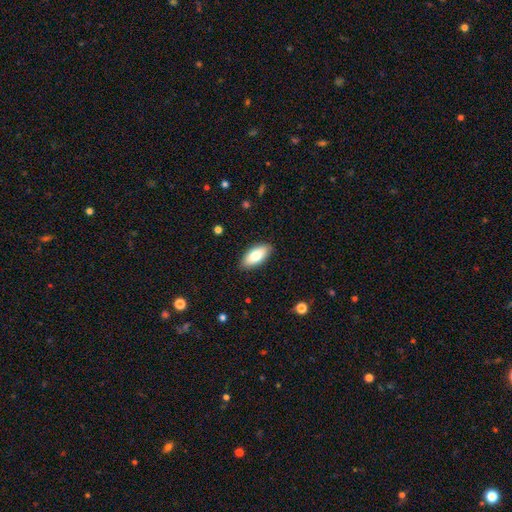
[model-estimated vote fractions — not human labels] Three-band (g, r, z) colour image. It shows a smooth galaxy with no disk features (77%) that is in between round and cigar-shaped (89%). Merging: none (88%).